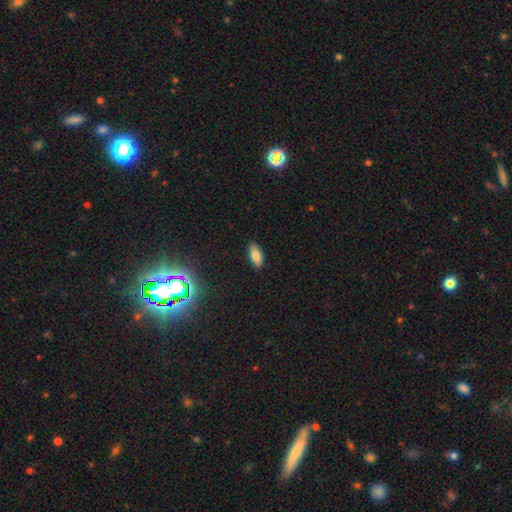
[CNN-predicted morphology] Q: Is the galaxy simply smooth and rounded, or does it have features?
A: smooth — 82%.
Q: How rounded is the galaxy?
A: in between — 86%.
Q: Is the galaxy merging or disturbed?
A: none — 88%.